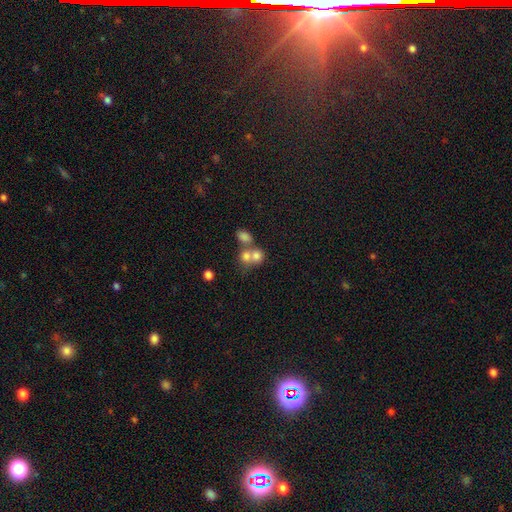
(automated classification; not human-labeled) Smooth or featured? smooth (71%)
How rounded? round (74%)
Merging? merger (61%)